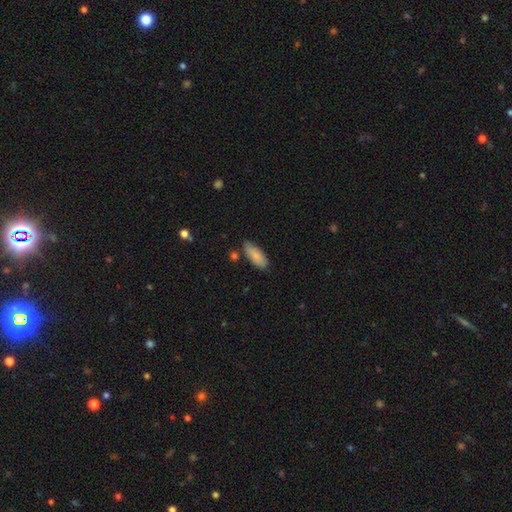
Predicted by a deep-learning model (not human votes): smooth_or_featured: smooth (p=0.86) [alt: featured or disk p=0.08]
how_rounded: in between (p=0.77) [alt: cigar-shaped p=0.22]
merging: none (p=0.76) [alt: minor disturbance p=0.18]